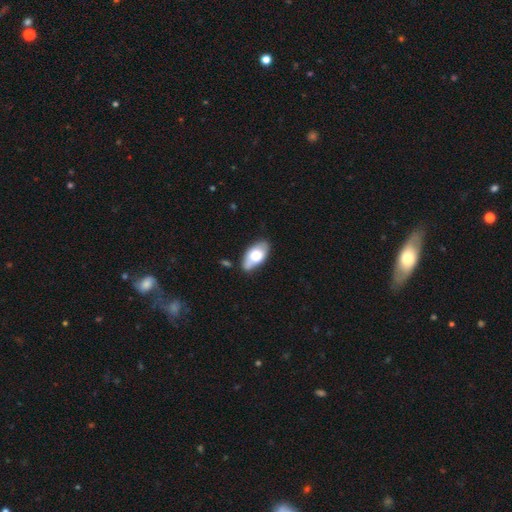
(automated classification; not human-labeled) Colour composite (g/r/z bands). It shows a smooth galaxy with no disk features (64%) that is in between round and cigar-shaped (93%). Merging: none (69%).